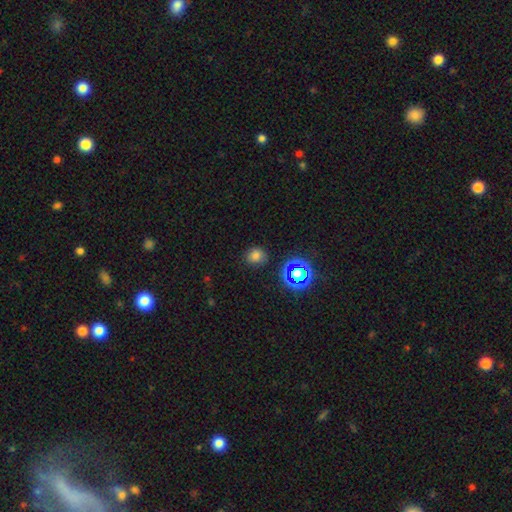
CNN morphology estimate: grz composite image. It shows a smooth galaxy with no disk features (70%) that is round (70%). Merging: none (84%).